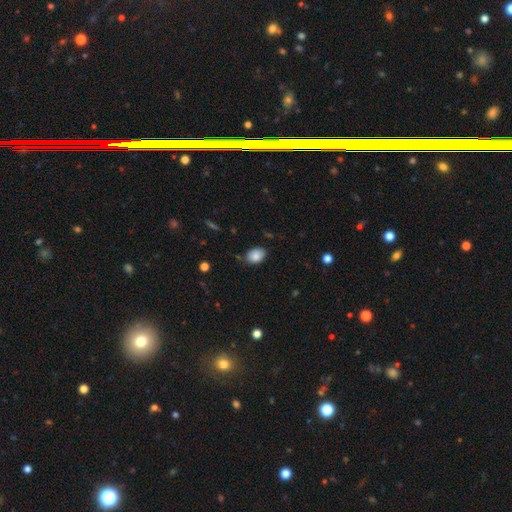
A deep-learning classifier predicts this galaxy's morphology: Smooth or featured? Predicted: smooth (p=0.84). How rounded? Predicted: in between (p=0.75). Merging? Predicted: none (p=0.73).